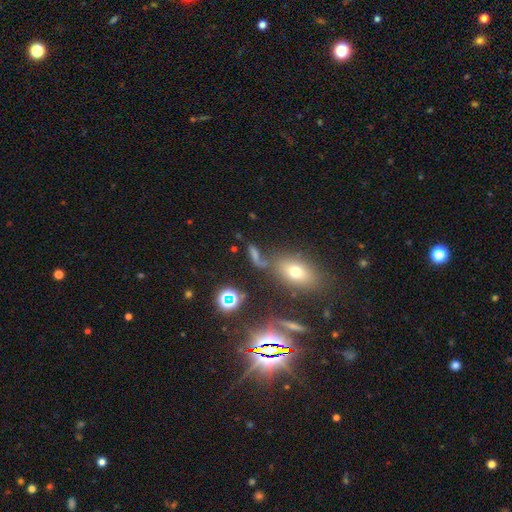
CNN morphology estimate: A star or artifact, not a galaxy (45%).